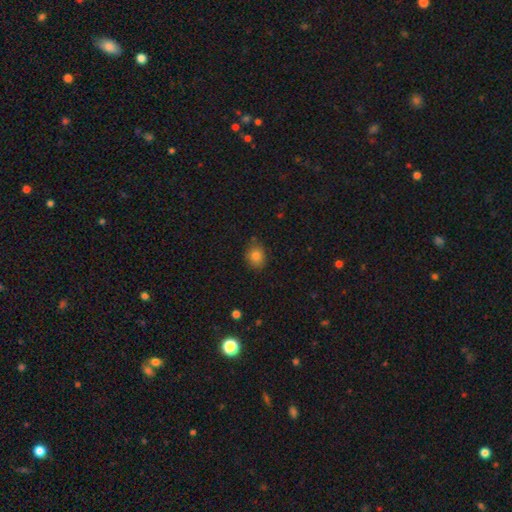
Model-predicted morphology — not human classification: The model was most divided on "how rounded": round: 51%, in between: 48%, cigar-shaped: 1%. More confident: smooth or featured — smooth (83%); merging — none (78%).